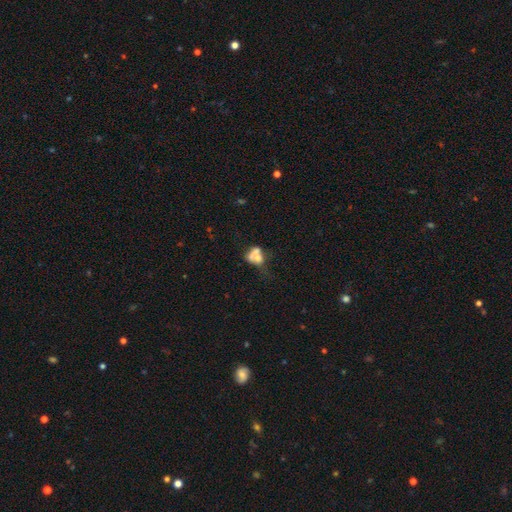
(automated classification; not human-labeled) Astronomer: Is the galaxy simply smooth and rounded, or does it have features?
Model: smooth — 54% (runner-up: featured or disk, 32%).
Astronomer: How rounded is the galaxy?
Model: in between — 57% (runner-up: round, 40%).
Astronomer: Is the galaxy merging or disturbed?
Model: merger — 53%.